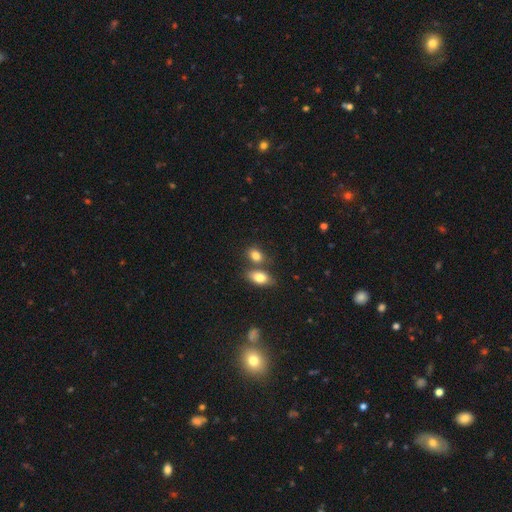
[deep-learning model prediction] Smooth or featured? Predicted: smooth (p=0.83). How rounded? Predicted: in between (p=0.77). Merging? Predicted: none (p=0.53).